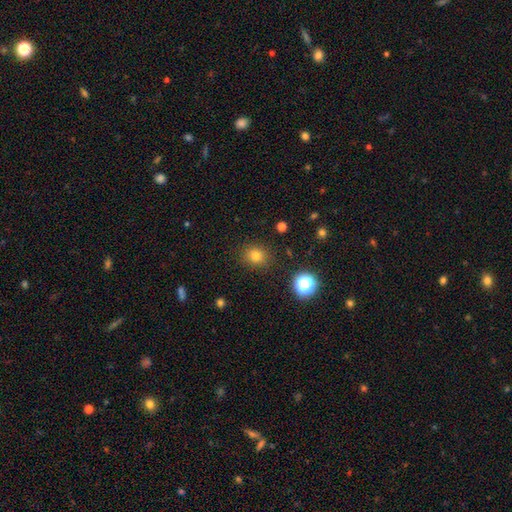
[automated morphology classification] This appears to be a smooth galaxy with no disk features (78%) that is round (78%). Merging: none (87%).